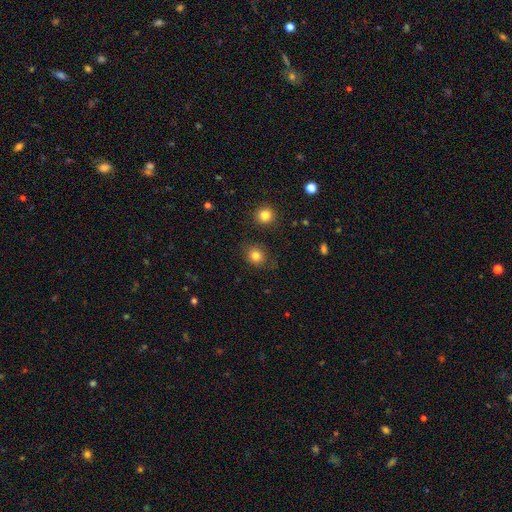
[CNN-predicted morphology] Smooth or featured? smooth (80%)
How rounded? round (70%)
Merging? none (80%)